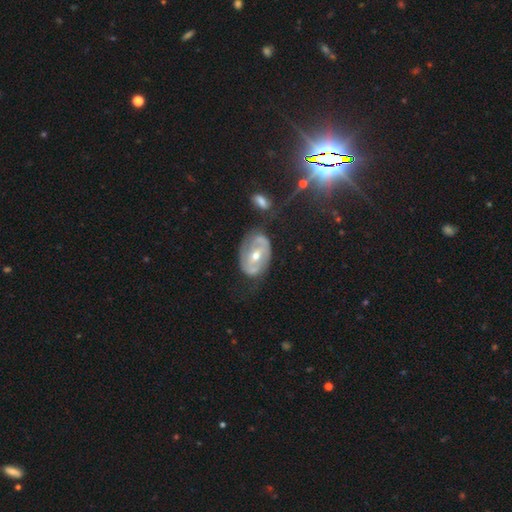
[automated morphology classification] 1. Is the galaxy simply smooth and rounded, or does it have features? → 75% featured or disk, 18% smooth, 8% star or artifact.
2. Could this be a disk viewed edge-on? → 95% no, 5% yes.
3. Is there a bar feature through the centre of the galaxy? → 37% weak, 35% strong, 28% no.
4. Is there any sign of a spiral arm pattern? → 70% yes, 30% no.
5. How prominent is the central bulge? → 62% moderate, 34% small, 2% large, 1% none, 1% dominant.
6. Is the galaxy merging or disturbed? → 58% none, 25% minor disturbance, 12% major disturbance, 5% merger.